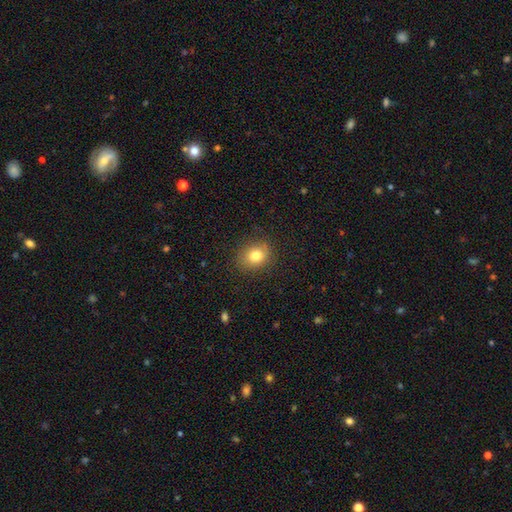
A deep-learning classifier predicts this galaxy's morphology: smooth-or-featured: smooth: 80% | star or artifact: 11% | featured or disk: 9%
  how-rounded: round: 57% | in between: 42% | cigar-shaped: 1%
  merging: none: 86% | minor disturbance: 10% | major disturbance: 3% | merger: 1%